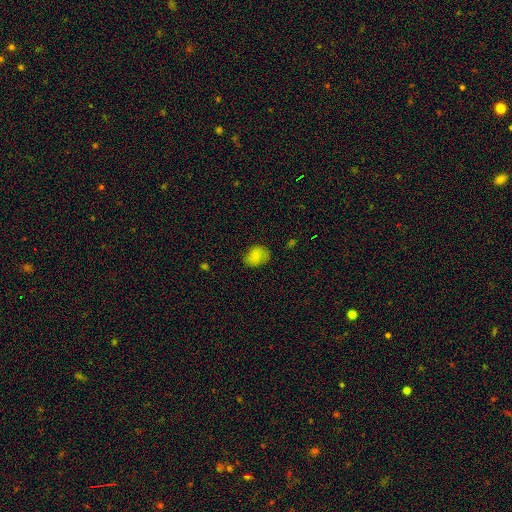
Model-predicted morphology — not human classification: A smooth galaxy with no disk features (81%) that is in between round and cigar-shaped (66%).

Vote fractions:
- Smooth or featured? smooth: 81% / star or artifact: 10% / featured or disk: 10%
- How rounded? in between: 66% / round: 33% / cigar-shaped: 1%
- Merging? none: 72% / minor disturbance: 22% / major disturbance: 5% / merger: 1%